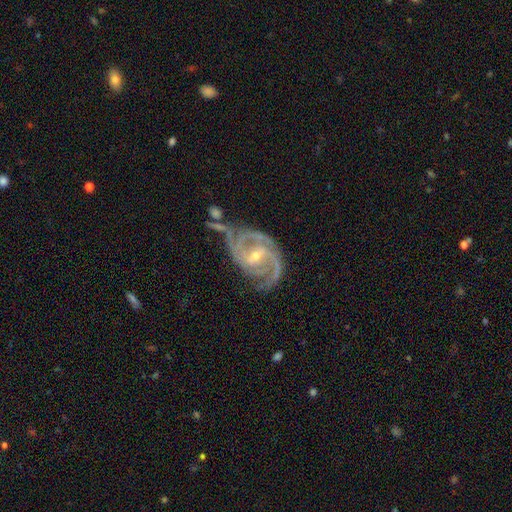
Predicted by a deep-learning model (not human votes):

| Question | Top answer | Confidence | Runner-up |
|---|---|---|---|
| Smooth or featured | featured or disk | 92% | star or artifact (5%) |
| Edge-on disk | no | 98% | yes (2%) |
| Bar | weak | 47% | no (27%) |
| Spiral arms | yes | 98% | no (2%) |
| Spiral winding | medium | 47% | tight (44%) |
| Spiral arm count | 2 | 51% | 3 (28%) |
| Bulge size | small | 62% | moderate (35%) |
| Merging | none | 48% | minor disturbance (25%) |